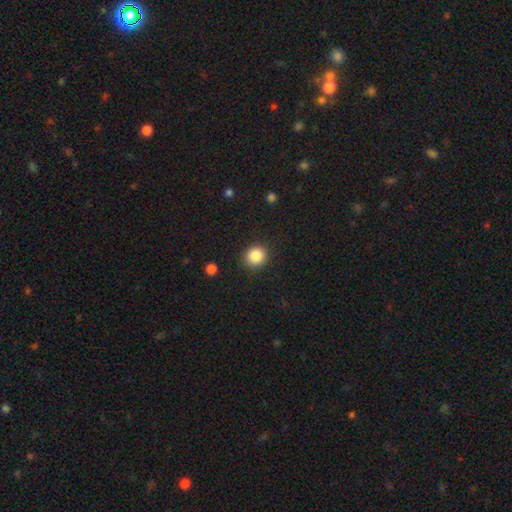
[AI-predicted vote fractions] Smooth or featured? Predicted: smooth (p=0.87). How rounded? Predicted: round (p=0.87). Merging? Predicted: none (p=0.90).